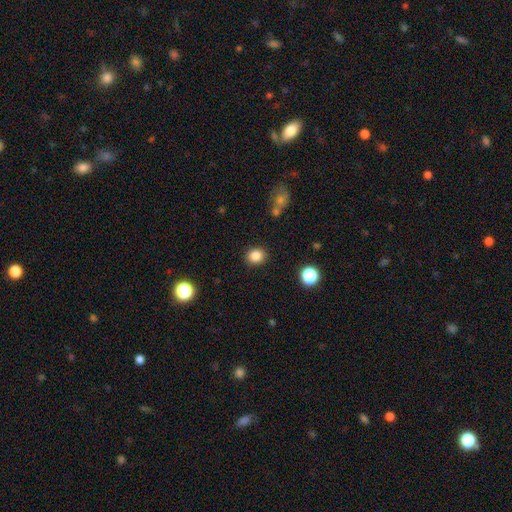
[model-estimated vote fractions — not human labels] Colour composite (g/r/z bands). It shows a smooth galaxy with no disk features (85%) that is round (74%). Merging: none (88%).